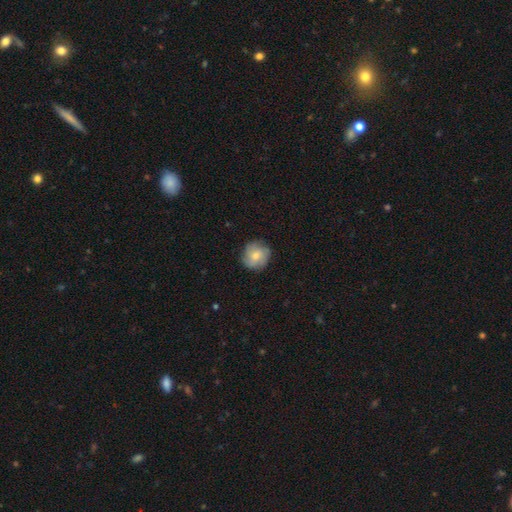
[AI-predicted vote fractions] smooth_or_featured: smooth (p=0.66) [alt: featured or disk p=0.27]
how_rounded: round (p=0.91) [alt: in between p=0.08]
merging: none (p=0.81) [alt: minor disturbance p=0.15]